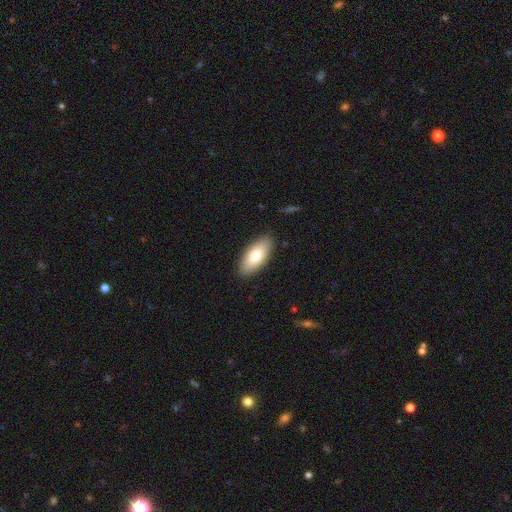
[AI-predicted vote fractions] Overall: smooth (76%). How rounded: in between (87%). Merging: none (88%).